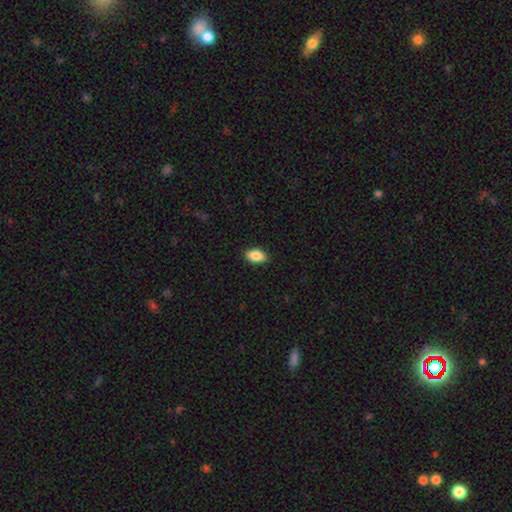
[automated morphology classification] smooth 88%, star or artifact 7%, featured or disk 5%. Down the decision tree: how rounded — in between (93%); merging — none (90%).